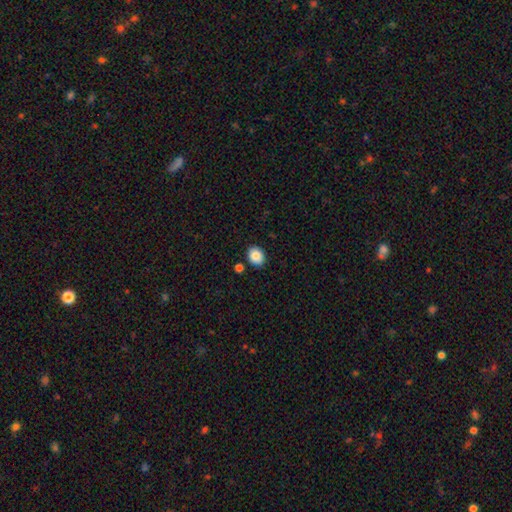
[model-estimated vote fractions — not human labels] Smooth or featured?
  - smooth: 87% *
  - star or artifact: 8%
  - featured or disk: 5%
How rounded?
  - in between: 53% *
  - round: 46%
  - cigar-shaped: 1%
Merging?
  - none: 87% *
  - minor disturbance: 8%
  - merger: 3%
  - major disturbance: 2%